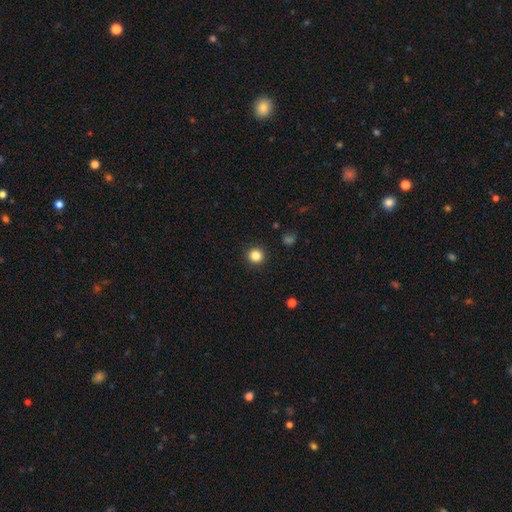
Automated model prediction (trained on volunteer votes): A smooth galaxy with no disk features (85%) that is round (94%). Merging: none (92%).